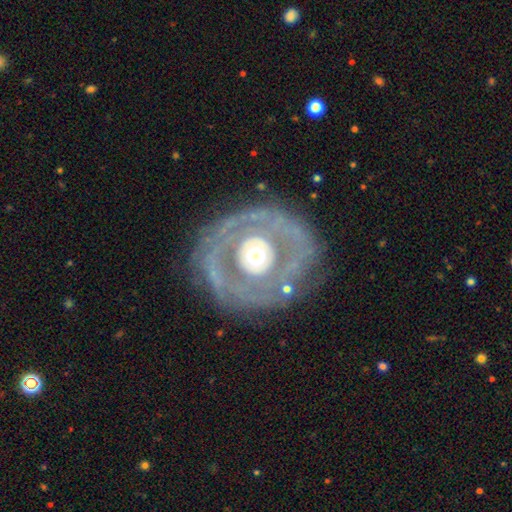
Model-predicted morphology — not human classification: This appears to be a featured or disk galaxy (76%) with no bar (83%), no spiral arms (53%) and a moderate central bulge (63%). Merging: none (73%).